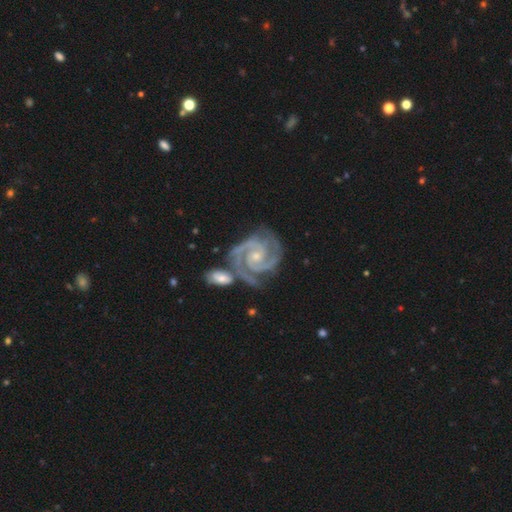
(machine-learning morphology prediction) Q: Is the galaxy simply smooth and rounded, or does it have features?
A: featured or disk — 94%.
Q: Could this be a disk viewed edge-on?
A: no — 98%.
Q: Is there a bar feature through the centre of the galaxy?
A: no — 61%.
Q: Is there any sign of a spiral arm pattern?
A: yes — 99%.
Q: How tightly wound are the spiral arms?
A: tight — 68%.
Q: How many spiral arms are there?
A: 2 — 69%.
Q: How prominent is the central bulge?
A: small — 70%.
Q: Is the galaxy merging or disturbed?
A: none — 58%.